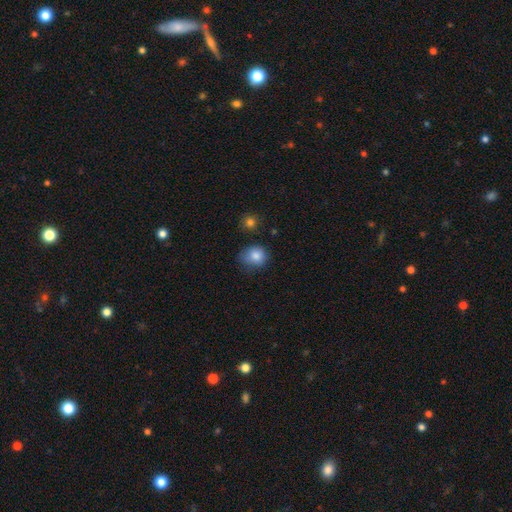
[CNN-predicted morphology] smooth-or-featured: smooth: 84% | star or artifact: 9% | featured or disk: 7%
  how-rounded: round: 70% | in between: 29% | cigar-shaped: 1%
  merging: none: 58% | minor disturbance: 31% | major disturbance: 8% | merger: 3%